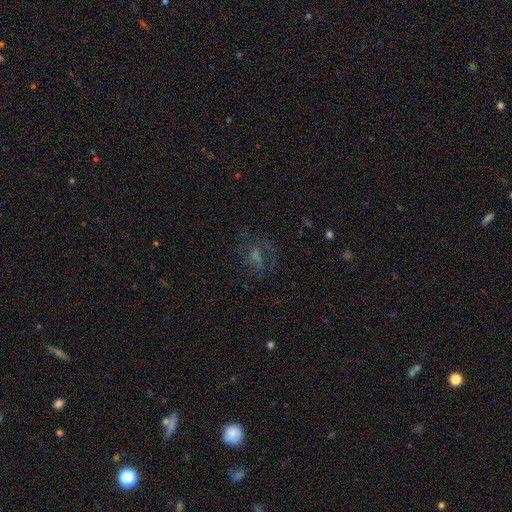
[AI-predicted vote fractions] Smooth or featured?
  - featured or disk: 46% *
  - star or artifact: 28%
  - smooth: 26%
Merging?
  - none: 53% *
  - major disturbance: 27%
  - minor disturbance: 17%
  - merger: 3%